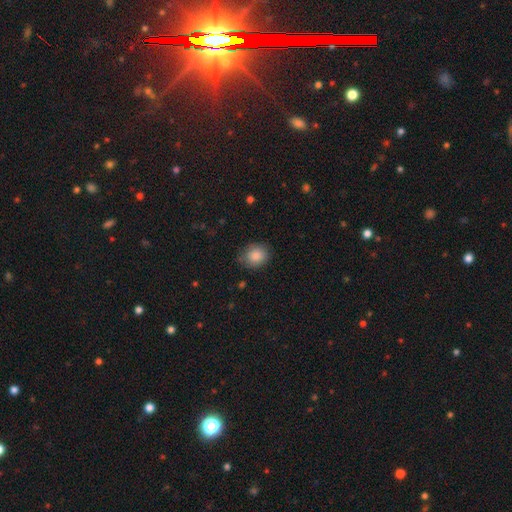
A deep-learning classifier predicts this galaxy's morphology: This appears to be a smooth galaxy with no disk features (87%) that is round (66%). Merging: none (80%).